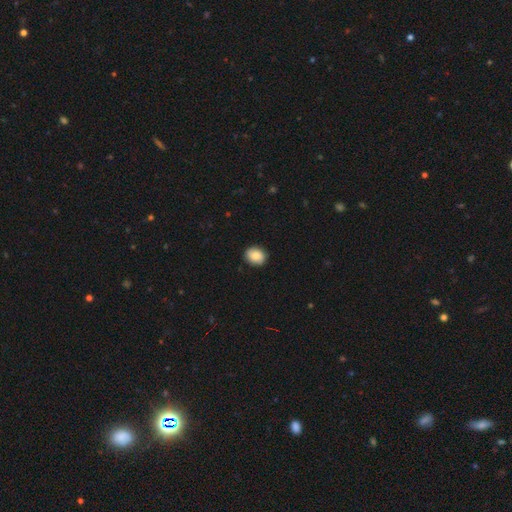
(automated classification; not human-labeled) A smooth galaxy with no disk features (83%) that is round (59%). Merging: none (88%).